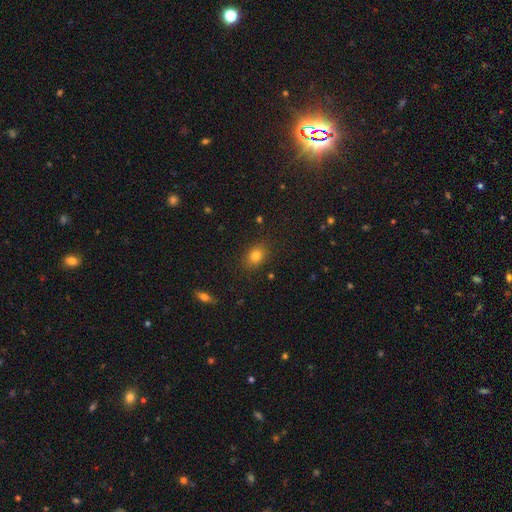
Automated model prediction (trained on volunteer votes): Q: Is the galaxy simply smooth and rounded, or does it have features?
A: smooth — 80%.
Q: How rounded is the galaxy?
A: in between — 66%.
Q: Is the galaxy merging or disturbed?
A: none — 86%.